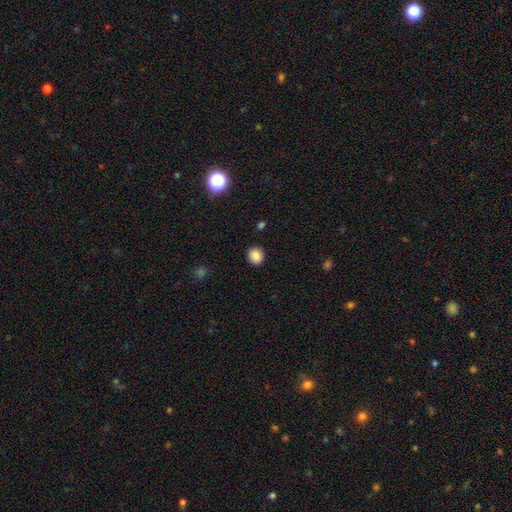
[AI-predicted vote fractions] This is clearly a smooth galaxy (87%). How rounded: likely round (79%). Merging: clearly none (89%).